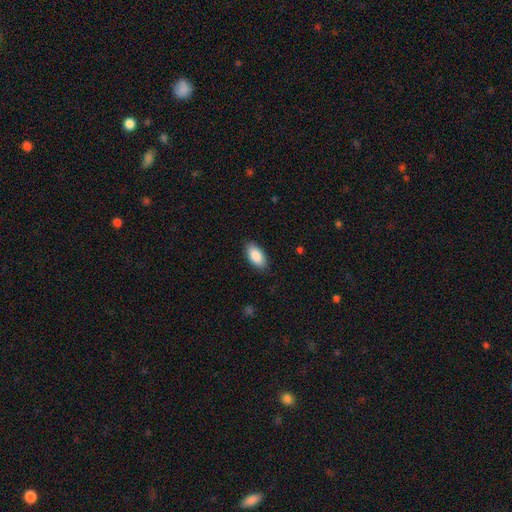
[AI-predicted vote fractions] This appears to be a smooth galaxy with no disk features (88%) that is in between round and cigar-shaped (92%). Merging: none (85%).